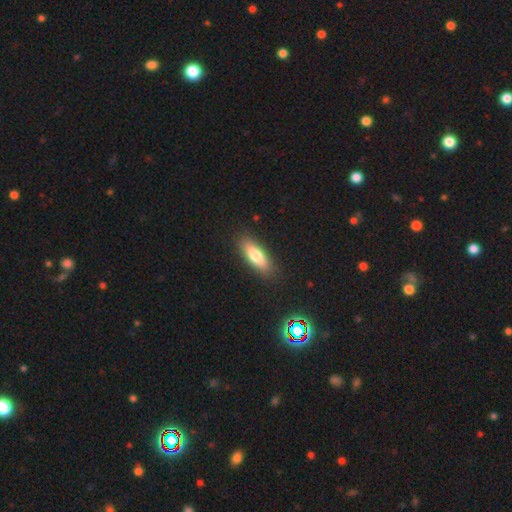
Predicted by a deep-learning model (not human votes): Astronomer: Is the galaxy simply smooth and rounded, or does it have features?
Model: smooth — 74%.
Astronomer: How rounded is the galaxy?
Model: in between — 62%.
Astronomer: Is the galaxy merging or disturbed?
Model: none — 87%.